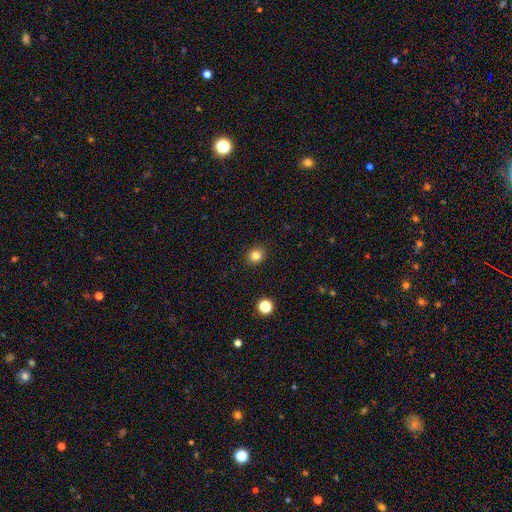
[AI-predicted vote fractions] smooth_or_featured: smooth (p=0.82) [alt: star or artifact p=0.12]
how_rounded: round (p=0.80) [alt: in between p=0.19]
merging: none (p=0.91) [alt: minor disturbance p=0.06]